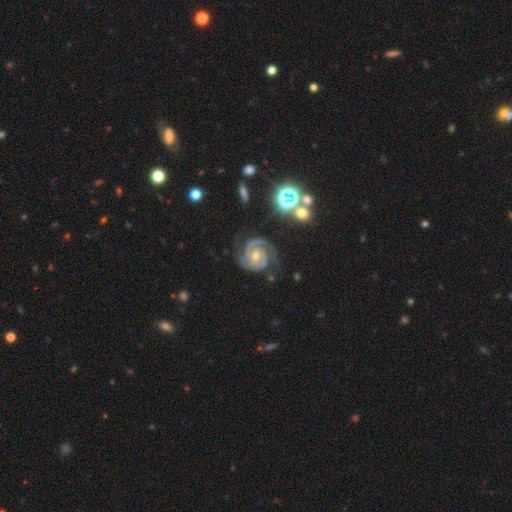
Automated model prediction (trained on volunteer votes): Smooth or featured? Predicted: featured or disk (p=0.91). Edge-on disk? Predicted: no (p=0.98). Bar? Predicted: no (p=0.69). Spiral arms? Predicted: yes (p=0.99). Spiral winding? Predicted: tight (p=0.70). Spiral arm count? Predicted: 2 (p=0.62). Bulge size? Predicted: moderate (p=0.49). Merging? Predicted: none (p=0.71).